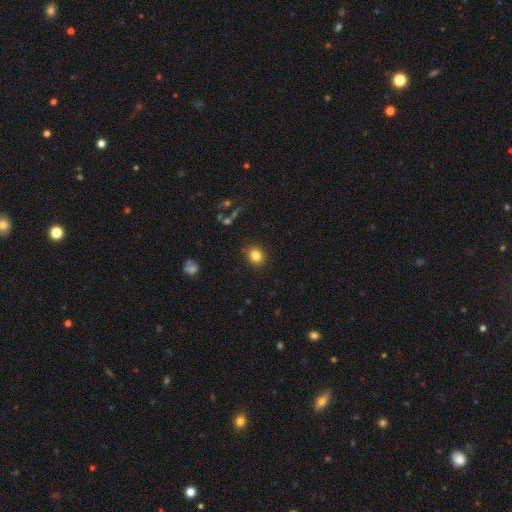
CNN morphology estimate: A smooth galaxy with no disk features (83%) that is round (70%).

Vote fractions:
- Smooth or featured? smooth: 83% / star or artifact: 11% / featured or disk: 6%
- How rounded? round: 70% / in between: 29% / cigar-shaped: 1%
- Merging? none: 87% / minor disturbance: 9% / major disturbance: 2% / merger: 1%